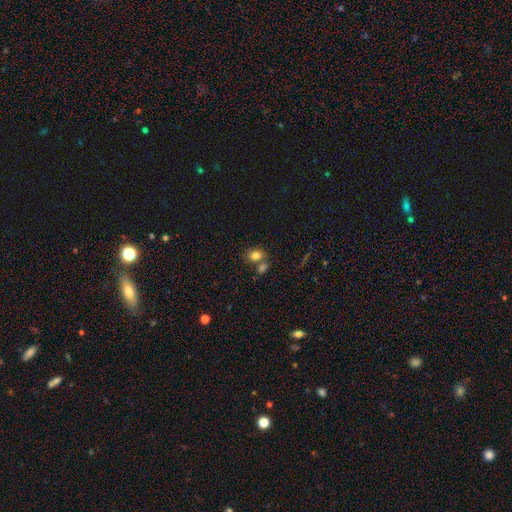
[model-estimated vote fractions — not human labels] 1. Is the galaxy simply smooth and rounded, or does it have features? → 80% smooth, 11% star or artifact, 9% featured or disk.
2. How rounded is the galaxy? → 61% in between, 38% round, 1% cigar-shaped.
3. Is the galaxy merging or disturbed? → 53% none, 31% merger, 12% minor disturbance, 4% major disturbance.